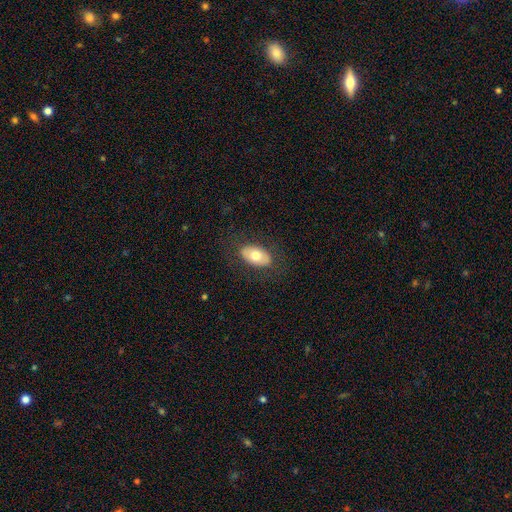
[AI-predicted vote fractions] The model was most divided on "smooth or featured": smooth: 70%, featured or disk: 24%, star or artifact: 7%. More confident: how rounded — in between (93%); merging — none (82%).